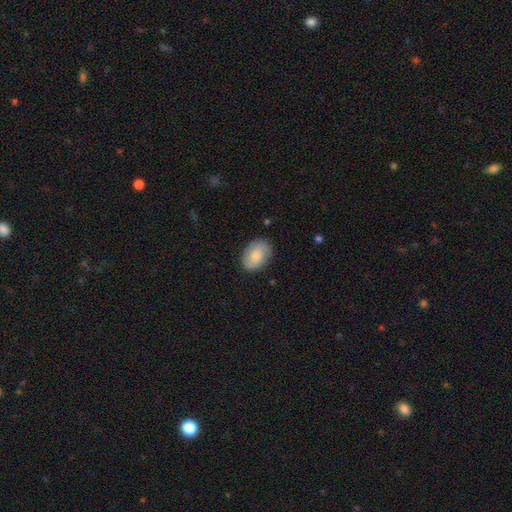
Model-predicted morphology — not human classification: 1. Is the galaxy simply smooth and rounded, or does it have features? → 68% smooth, 25% featured or disk, 7% star or artifact.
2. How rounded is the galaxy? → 83% in between, 16% round, 1% cigar-shaped.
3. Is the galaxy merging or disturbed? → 83% none, 13% minor disturbance, 3% major disturbance, 1% merger.